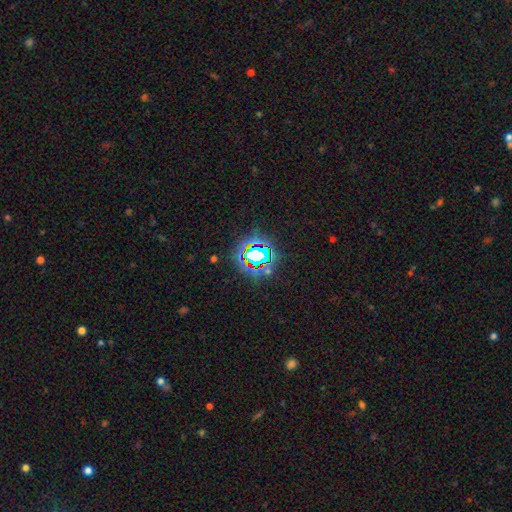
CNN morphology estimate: smooth-or-featured: star or artifact: 67% | smooth: 19% | featured or disk: 13%